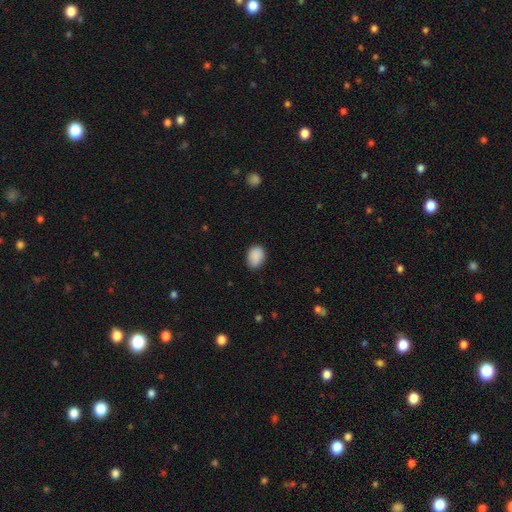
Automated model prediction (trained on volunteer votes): Q: Smooth or featured?
A: smooth (89%); runner-up: star or artifact (8%)
Q: How rounded?
A: in between (73%); runner-up: round (26%)
Q: Merging?
A: none (75%); runner-up: minor disturbance (20%)